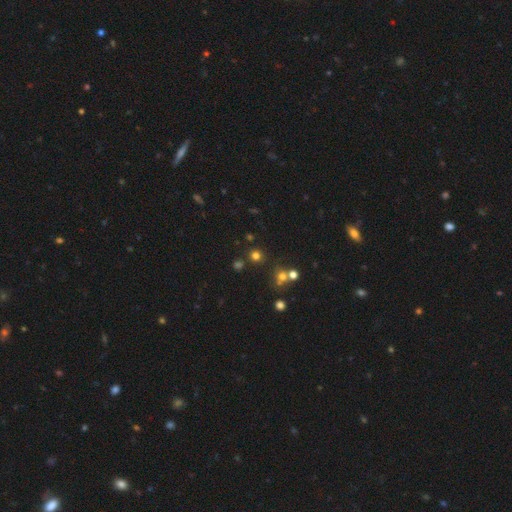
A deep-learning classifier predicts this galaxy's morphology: Smooth or featured?
  - smooth: 67% *
  - star or artifact: 26%
  - featured or disk: 7%
How rounded?
  - round: 91% *
  - in between: 8%
  - cigar-shaped: 1%
Merging?
  - none: 79% *
  - merger: 11%
  - minor disturbance: 7%
  - major disturbance: 3%